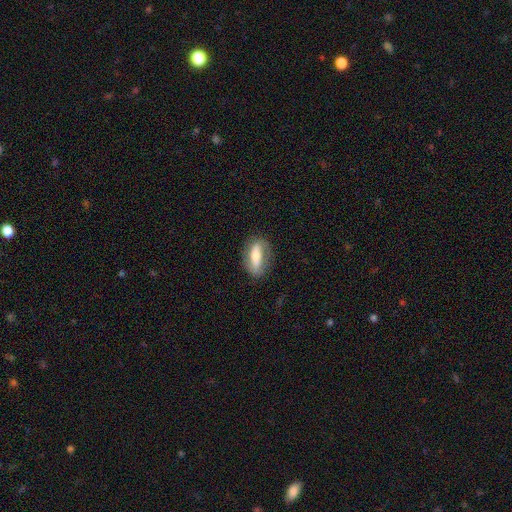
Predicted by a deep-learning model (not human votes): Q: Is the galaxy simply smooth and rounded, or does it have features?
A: featured or disk — 50%.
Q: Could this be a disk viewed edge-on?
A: no — 77%.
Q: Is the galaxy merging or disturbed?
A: none — 78%.